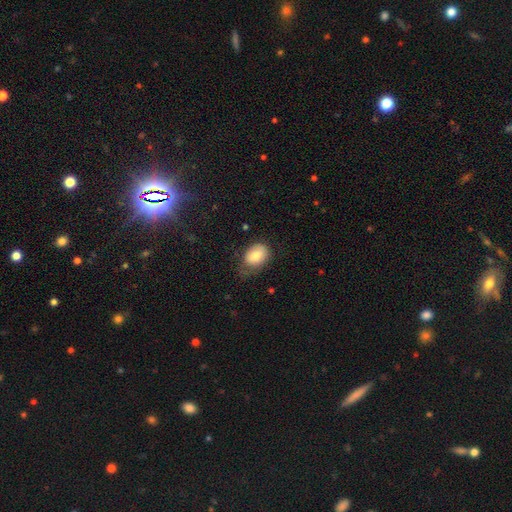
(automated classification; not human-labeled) Overall: smooth (77%). How rounded: in between (79%). Merging: none (47%; minor disturbance 35%).